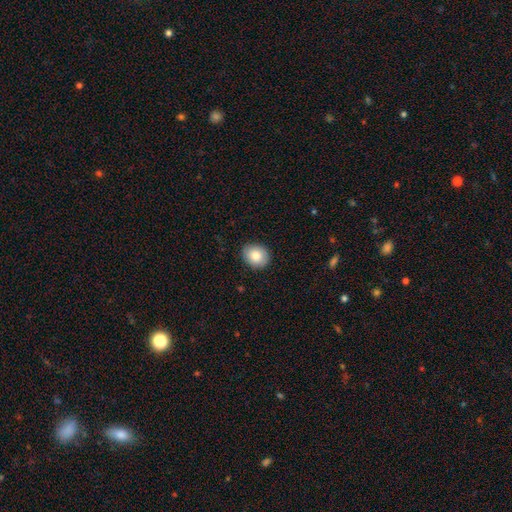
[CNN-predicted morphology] Smooth or featured? Predicted: smooth (p=0.82). How rounded? Predicted: round (p=0.61). Merging? Predicted: none (p=0.88).